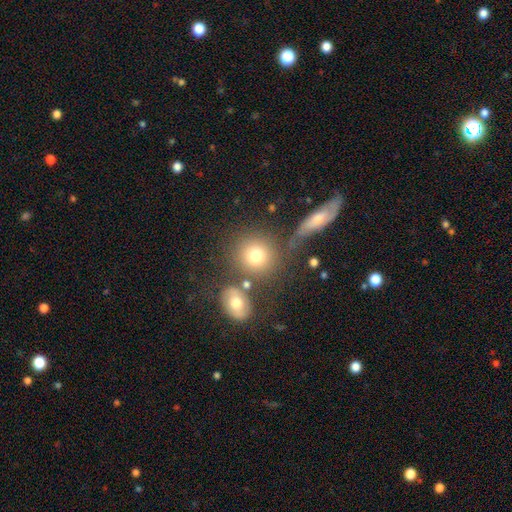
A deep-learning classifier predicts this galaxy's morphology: This is likely a smooth galaxy (76%). How rounded: clearly round (86%). Merging: likely none (69%).